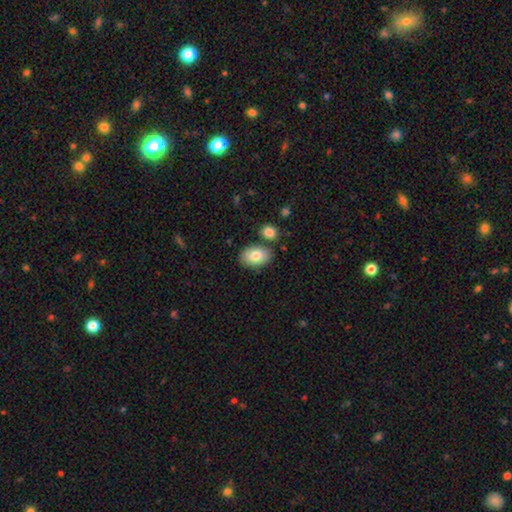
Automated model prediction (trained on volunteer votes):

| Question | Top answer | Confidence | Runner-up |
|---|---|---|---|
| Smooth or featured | smooth | 80% | featured or disk (13%) |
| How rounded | in between | 87% | round (12%) |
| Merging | none | 76% | minor disturbance (12%) |